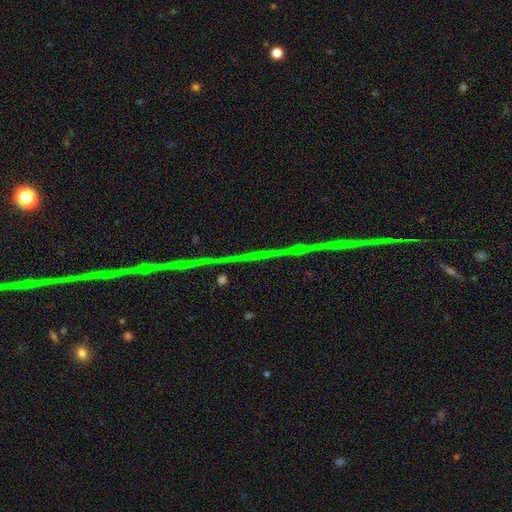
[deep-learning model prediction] Overall: star or artifact (76%).